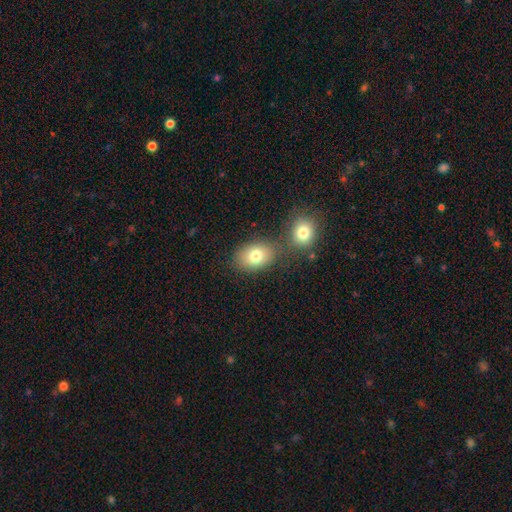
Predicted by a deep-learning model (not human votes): A smooth galaxy with no disk features (79%) that is in between round and cigar-shaped (71%).

Vote fractions:
- Smooth or featured? smooth: 79% / featured or disk: 12% / star or artifact: 10%
- How rounded? in between: 71% / round: 28% / cigar-shaped: 1%
- Merging? none: 64% / merger: 21% / minor disturbance: 11% / major disturbance: 4%